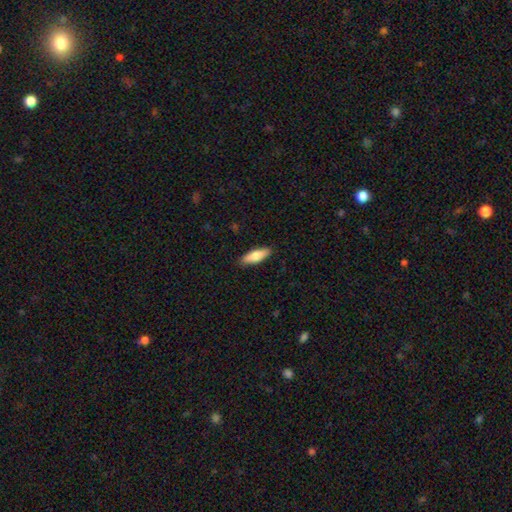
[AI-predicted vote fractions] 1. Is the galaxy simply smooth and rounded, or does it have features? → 77% smooth, 17% featured or disk, 6% star or artifact.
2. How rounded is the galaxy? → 58% in between, 40% cigar-shaped, 2% round.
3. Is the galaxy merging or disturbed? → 88% none, 9% minor disturbance, 2% major disturbance, 1% merger.